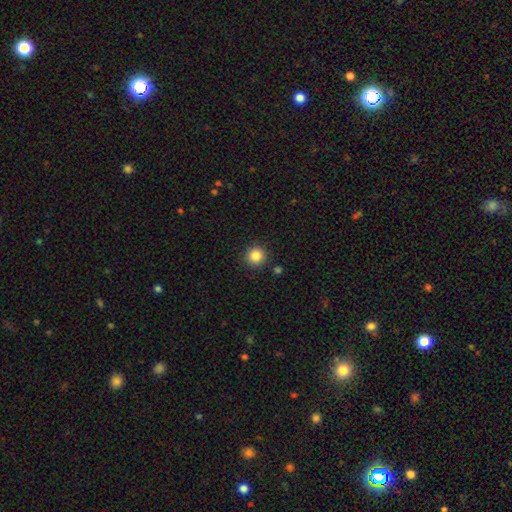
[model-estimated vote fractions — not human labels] smooth-or-featured: smooth: 85% | star or artifact: 10% | featured or disk: 5%
  how-rounded: round: 94% | in between: 5% | cigar-shaped: 1%
  merging: none: 90% | minor disturbance: 6% | merger: 2% | major disturbance: 2%